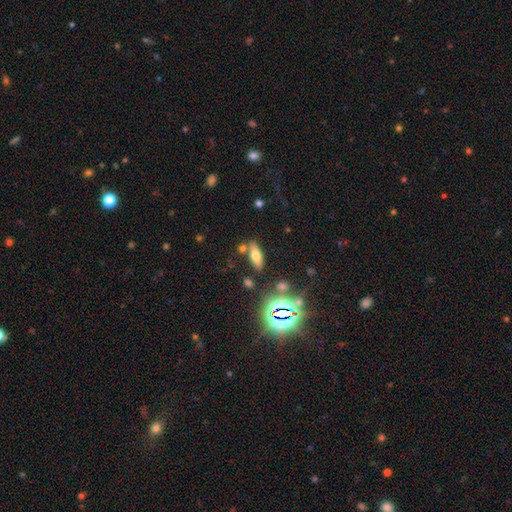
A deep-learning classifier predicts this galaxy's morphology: Overall: smooth (60%; featured or disk 23%). How rounded: in between (68%). Merging: none (75%).